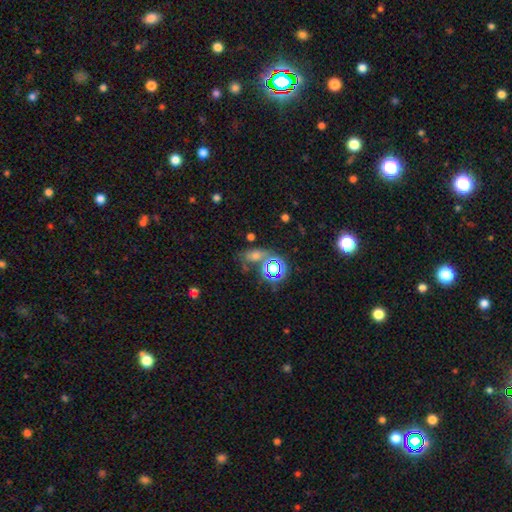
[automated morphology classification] Smooth or featured? star or artifact (53%)